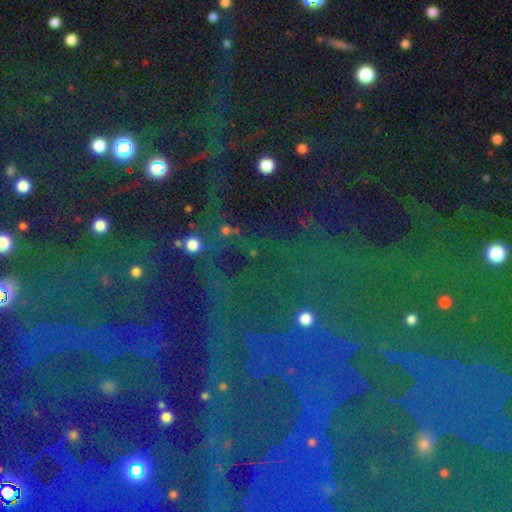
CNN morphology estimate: smooth_or_featured: star or artifact (p=0.63) [alt: smooth p=0.24]